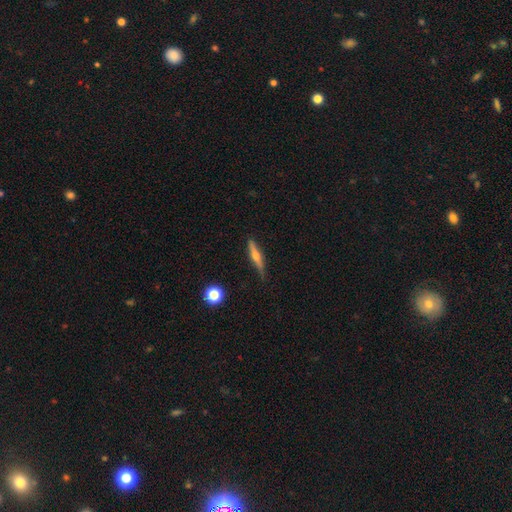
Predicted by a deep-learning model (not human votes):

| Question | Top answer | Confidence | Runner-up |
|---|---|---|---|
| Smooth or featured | featured or disk | 61% | smooth (32%) |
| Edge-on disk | yes | 96% | no (4%) |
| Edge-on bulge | rounded | 92% | none (5%) |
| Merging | none | 82% | minor disturbance (14%) |